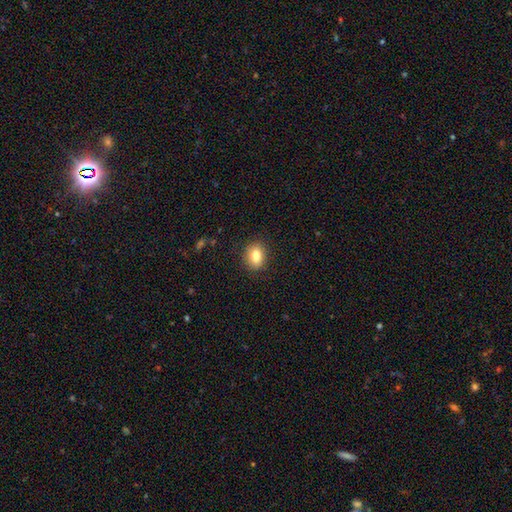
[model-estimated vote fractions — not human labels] A smooth galaxy with no disk features (82%) that is in between round and cigar-shaped (65%). Merging: none (87%).